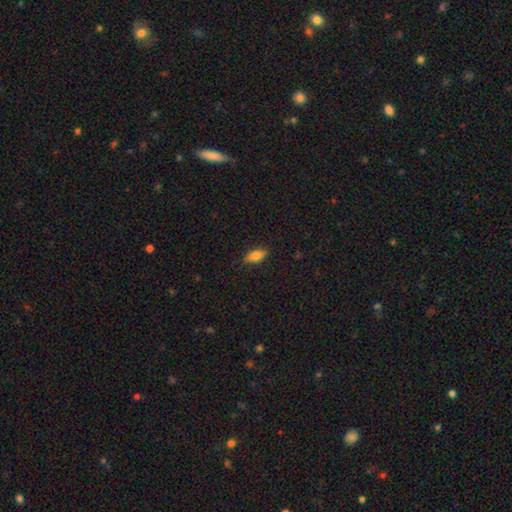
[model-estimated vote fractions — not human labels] smooth-or-featured: smooth: 84% | star or artifact: 8% | featured or disk: 8%
  how-rounded: in between: 87% | cigar-shaped: 9% | round: 3%
  merging: none: 86% | minor disturbance: 11% | major disturbance: 2% | merger: 1%